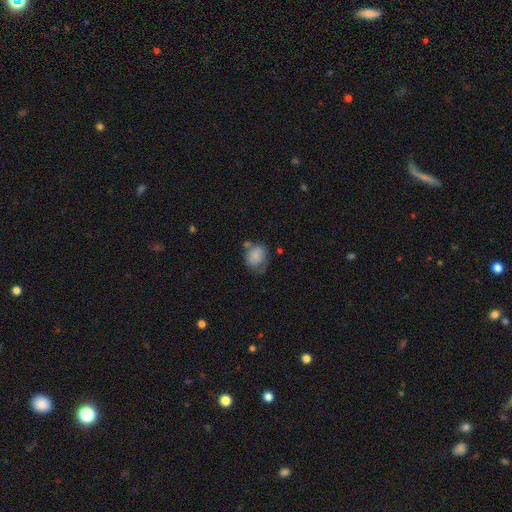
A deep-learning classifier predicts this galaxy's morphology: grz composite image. It shows a smooth galaxy with no disk features (76%) that is round (66%). Merging: none (44%).